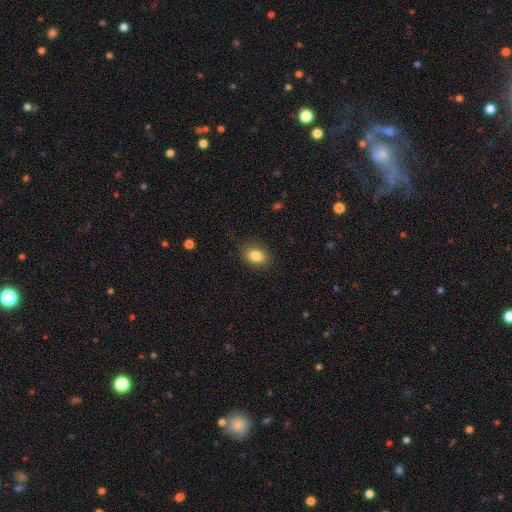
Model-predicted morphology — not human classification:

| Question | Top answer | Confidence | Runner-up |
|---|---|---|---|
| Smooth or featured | smooth | 84% | star or artifact (9%) |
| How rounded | in between | 78% | round (20%) |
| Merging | none | 83% | minor disturbance (12%) |